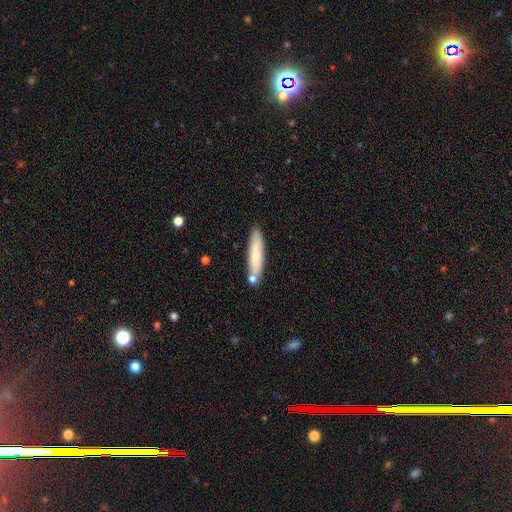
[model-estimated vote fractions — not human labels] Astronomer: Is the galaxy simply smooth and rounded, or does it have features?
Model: smooth — 70%.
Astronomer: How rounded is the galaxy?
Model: cigar-shaped — 86%.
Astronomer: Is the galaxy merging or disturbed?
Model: none — 78%.